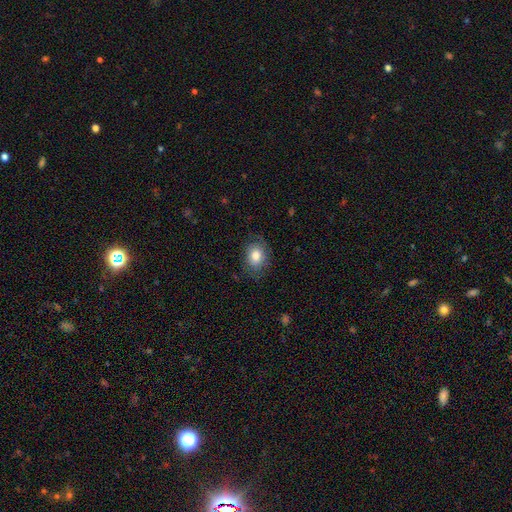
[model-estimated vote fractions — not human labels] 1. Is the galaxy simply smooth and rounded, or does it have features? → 76% smooth, 16% featured or disk, 8% star or artifact.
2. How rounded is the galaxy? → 64% in between, 35% round, 1% cigar-shaped.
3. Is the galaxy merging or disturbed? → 73% none, 19% minor disturbance, 7% major disturbance, 1% merger.